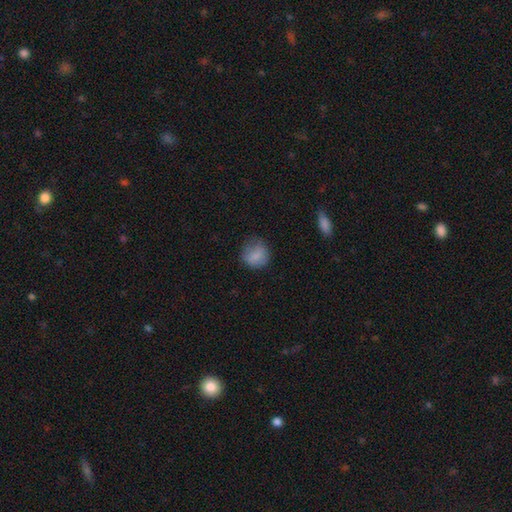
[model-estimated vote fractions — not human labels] The model was most divided on "merging": none: 67%, minor disturbance: 24%, major disturbance: 8%, merger: 1%. More confident: smooth or featured — smooth (82%); how rounded — round (80%).